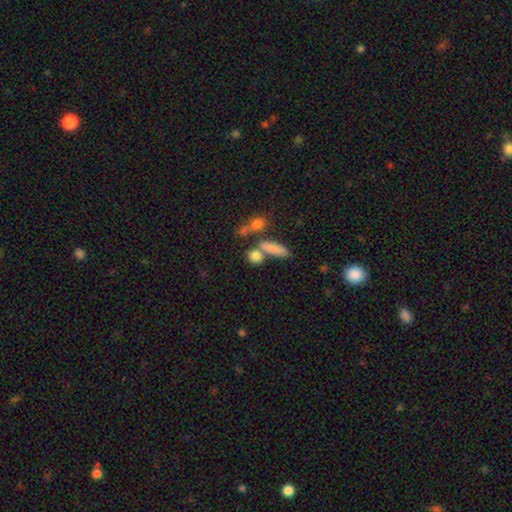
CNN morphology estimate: type=smooth (79%); roundness=round (57%); merging=none (55%).